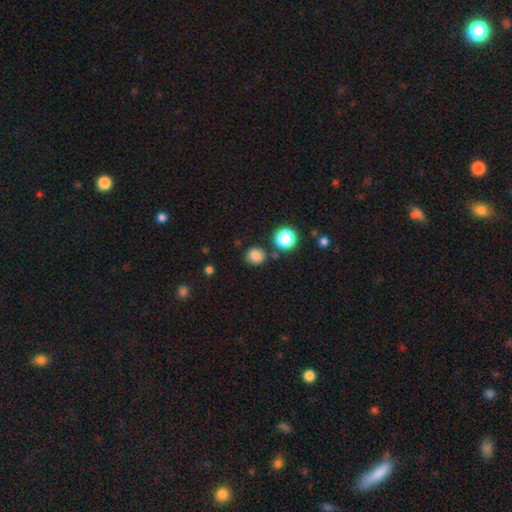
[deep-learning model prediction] Smooth or featured?
  - smooth: 81% *
  - star or artifact: 14%
  - featured or disk: 5%
How rounded?
  - round: 81% *
  - in between: 18%
  - cigar-shaped: 1%
Merging?
  - none: 80% *
  - minor disturbance: 10%
  - merger: 7%
  - major disturbance: 3%